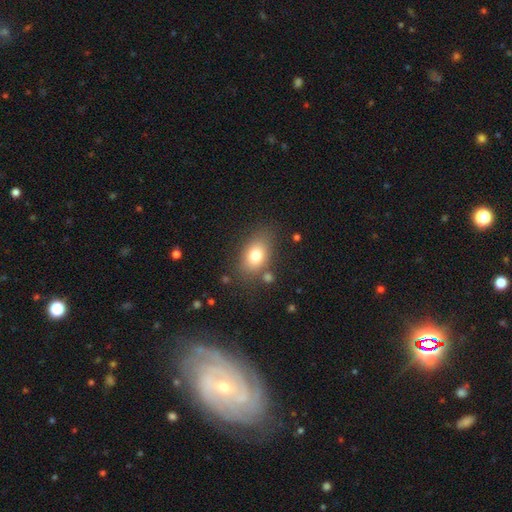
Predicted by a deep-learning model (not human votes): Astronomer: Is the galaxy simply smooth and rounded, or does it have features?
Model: smooth — 77%.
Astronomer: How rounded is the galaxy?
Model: in between — 82%.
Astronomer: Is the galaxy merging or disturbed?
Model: none — 76%.